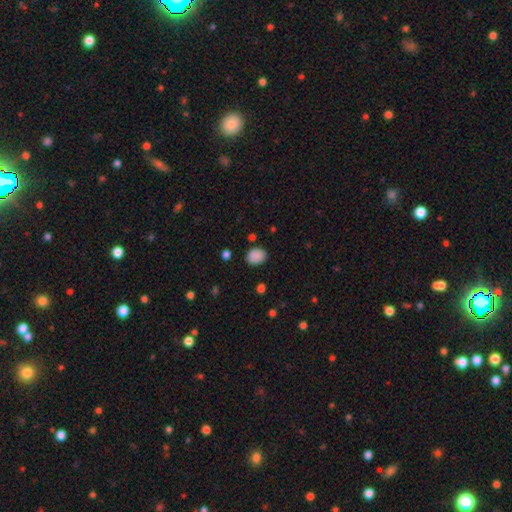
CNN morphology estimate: Smooth or featured? smooth (87%)
How rounded? in between (55%)
Merging? none (84%)